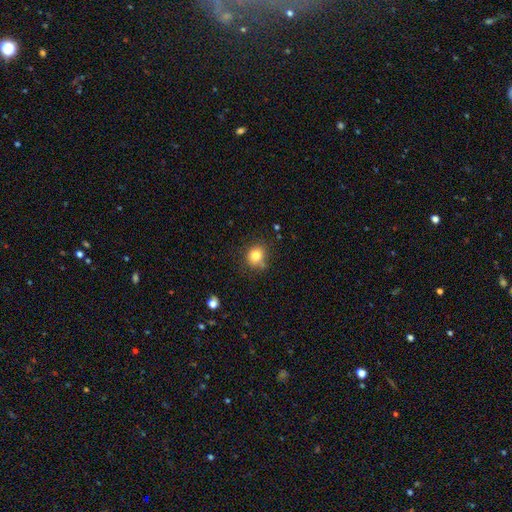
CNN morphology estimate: Q: Smooth or featured?
A: smooth (80%); runner-up: star or artifact (12%)
Q: How rounded?
A: round (77%); runner-up: in between (22%)
Q: Merging?
A: none (74%); runner-up: minor disturbance (17%)